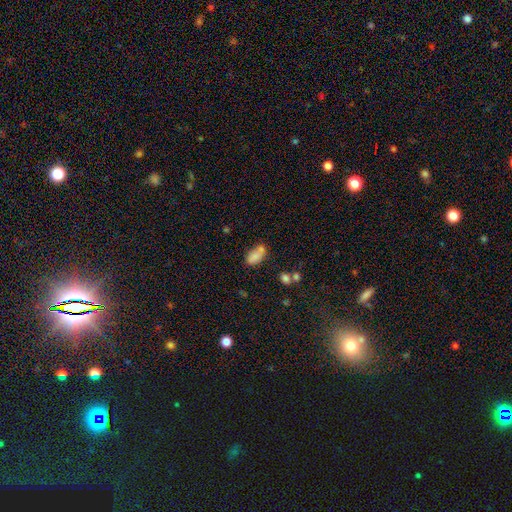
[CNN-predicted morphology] A smooth galaxy with no disk features (79%) that is in between round and cigar-shaped (90%).

Vote fractions:
- Smooth or featured? smooth: 79% / featured or disk: 11% / star or artifact: 10%
- How rounded? in between: 90% / round: 6% / cigar-shaped: 4%
- Merging? none: 47% / merger: 26% / minor disturbance: 19% / major disturbance: 7%